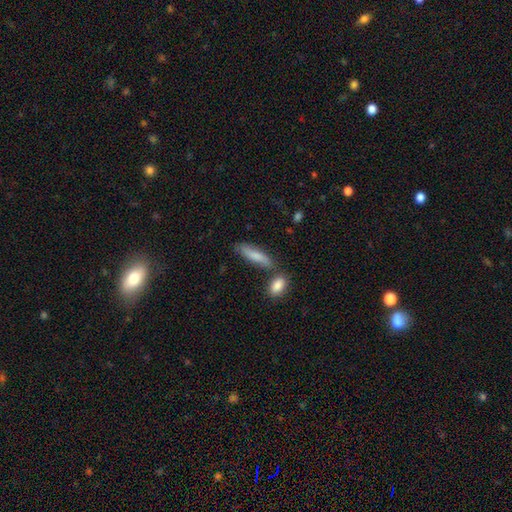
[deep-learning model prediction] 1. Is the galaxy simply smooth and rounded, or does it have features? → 76% smooth, 18% featured or disk, 6% star or artifact.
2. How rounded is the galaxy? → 66% cigar-shaped, 32% in between, 2% round.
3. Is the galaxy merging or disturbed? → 66% none, 16% minor disturbance, 14% merger, 4% major disturbance.